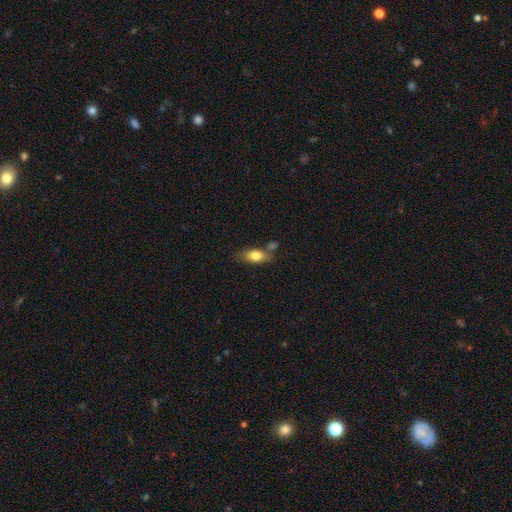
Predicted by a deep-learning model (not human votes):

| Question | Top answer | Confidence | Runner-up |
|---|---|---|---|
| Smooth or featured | smooth | 77% | featured or disk (15%) |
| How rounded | in between | 82% | cigar-shaped (12%) |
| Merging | none | 60% | minor disturbance (18%) |